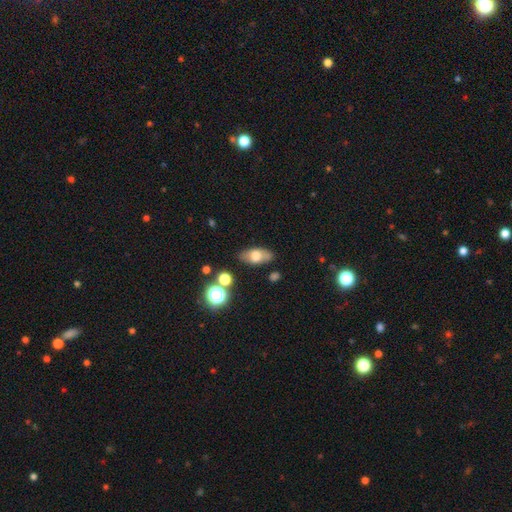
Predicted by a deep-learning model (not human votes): The model was most divided on "smooth or featured": smooth: 65%, featured or disk: 26%, star or artifact: 9%. More confident: how rounded — in between (86%); merging — none (81%).